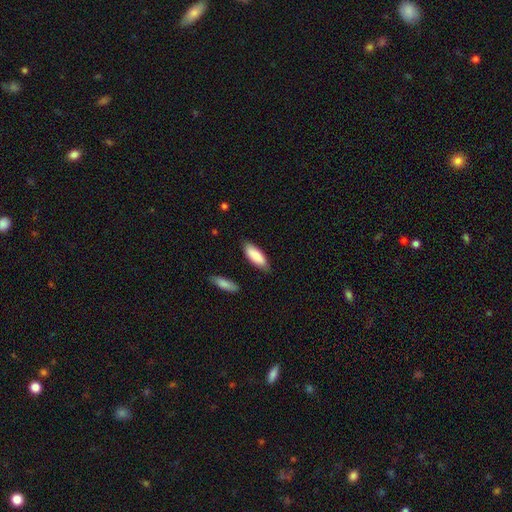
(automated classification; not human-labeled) This appears to be a smooth galaxy with no disk features (86%) that is in between round and cigar-shaped (72%). Merging: none (81%).